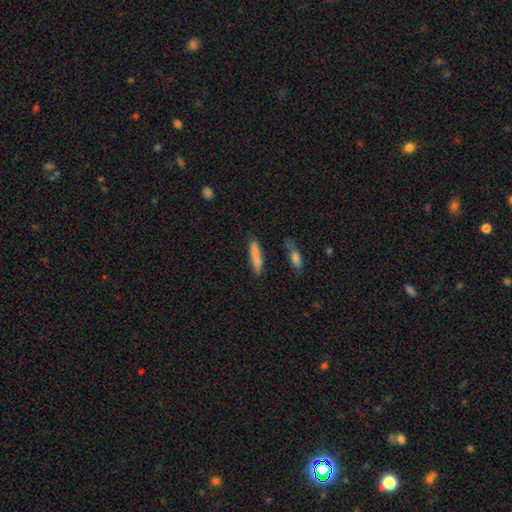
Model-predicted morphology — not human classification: This is likely a smooth galaxy (80%). How rounded: clearly cigar-shaped (83%). Merging: likely none (76%).